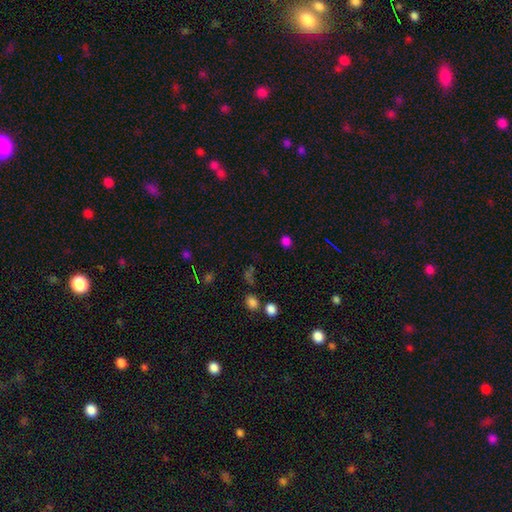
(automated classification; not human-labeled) Q: Smooth or featured?
A: smooth (52%); runner-up: star or artifact (39%)
Q: How rounded?
A: round (68%); runner-up: in between (29%)
Q: Merging?
A: none (66%); runner-up: merger (14%)